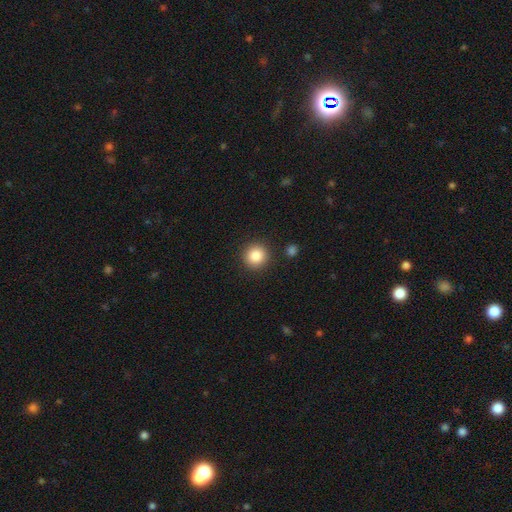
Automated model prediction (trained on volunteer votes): A smooth galaxy with no disk features (86%) that is round (94%).

Vote fractions:
- Smooth or featured? smooth: 86% / star or artifact: 9% / featured or disk: 5%
- How rounded? round: 94% / in between: 5% / cigar-shaped: 1%
- Merging? none: 90% / minor disturbance: 6% / major disturbance: 2% / merger: 2%